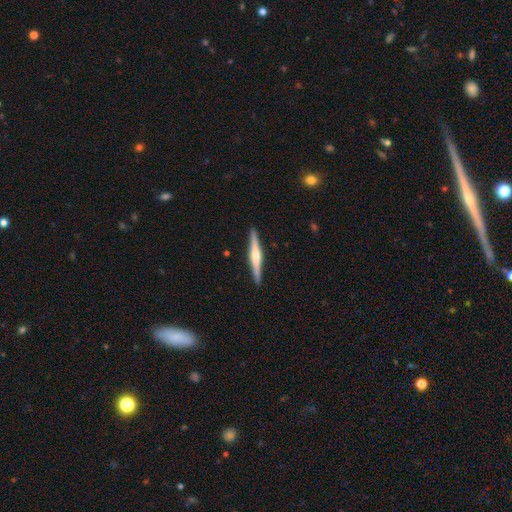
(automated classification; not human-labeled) A featured or disk galaxy (66%) viewed edge-on (98%) with a rounded central bulge (77%). Merging: none (91%).